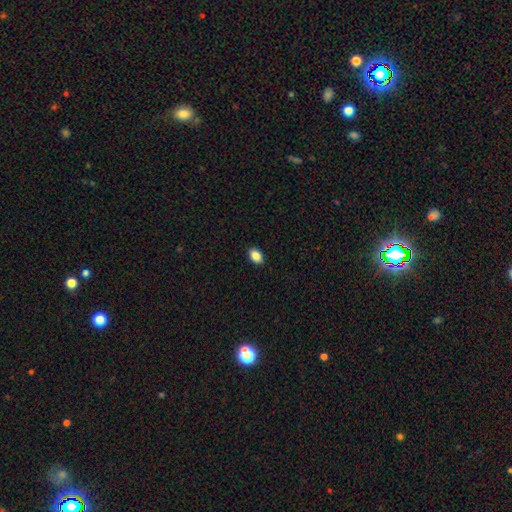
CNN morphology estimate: Overall: smooth (87%). How rounded: in between (85%). Merging: none (90%).